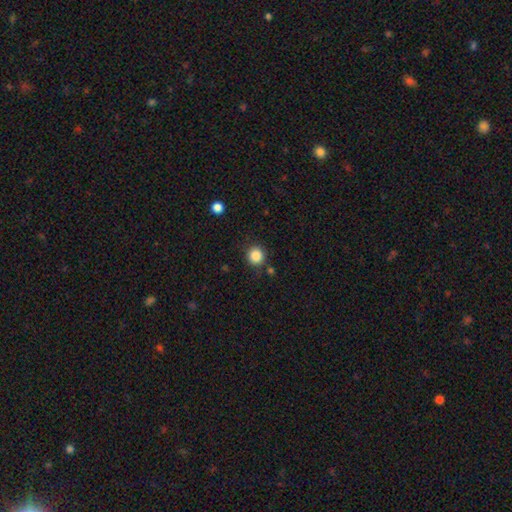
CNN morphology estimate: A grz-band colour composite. It shows a smooth galaxy with no disk features (85%) that is round (92%). Merging: none (86%).